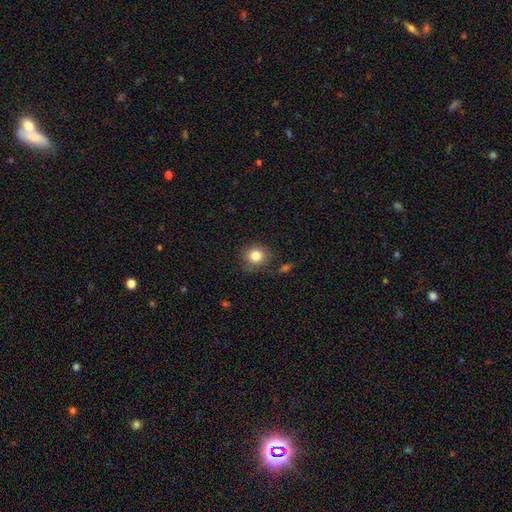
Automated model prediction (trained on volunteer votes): Smooth or featured?
  - smooth: 83% *
  - star or artifact: 10%
  - featured or disk: 7%
How rounded?
  - round: 82% *
  - in between: 17%
  - cigar-shaped: 1%
Merging?
  - none: 79% *
  - minor disturbance: 14%
  - major disturbance: 4%
  - merger: 3%